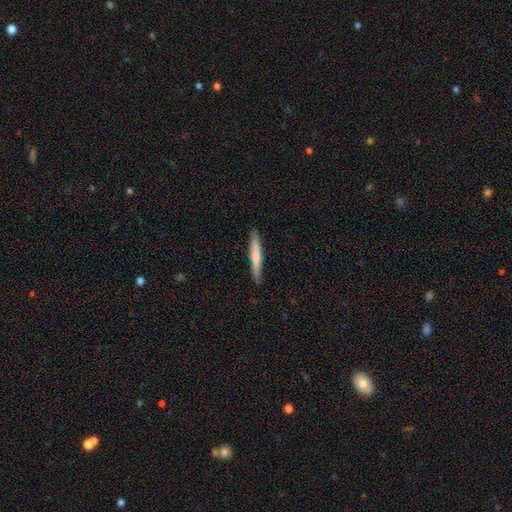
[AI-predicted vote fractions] smooth-or-featured: smooth: 65% | featured or disk: 30% | star or artifact: 5%
  how-rounded: cigar-shaped: 95% | in between: 4% | round: 1%
  merging: none: 89% | minor disturbance: 8% | major disturbance: 1% | merger: 1%